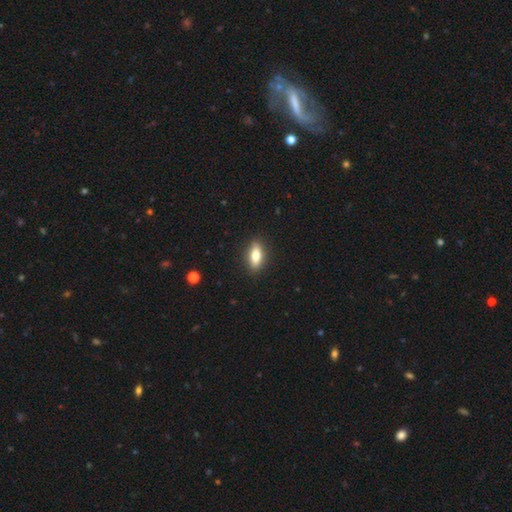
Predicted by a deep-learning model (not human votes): Morphology: type=smooth (75%); roundness=in between (75%); merging=none (89%).